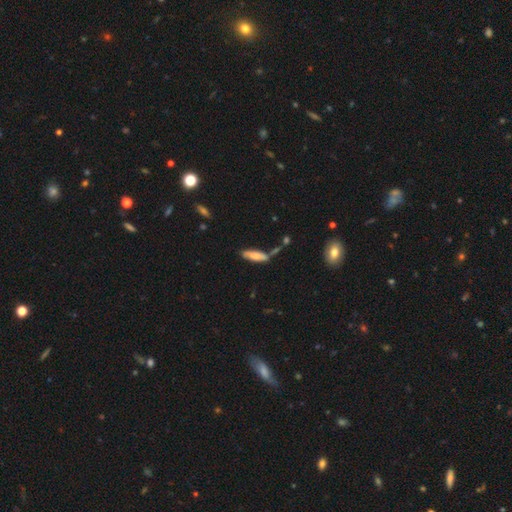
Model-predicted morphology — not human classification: Smooth or featured: smooth — 72% (featured or disk — 21%)
How rounded: cigar-shaped — 56% (in between — 43%)
Merging: none — 55% (minor disturbance — 23%)